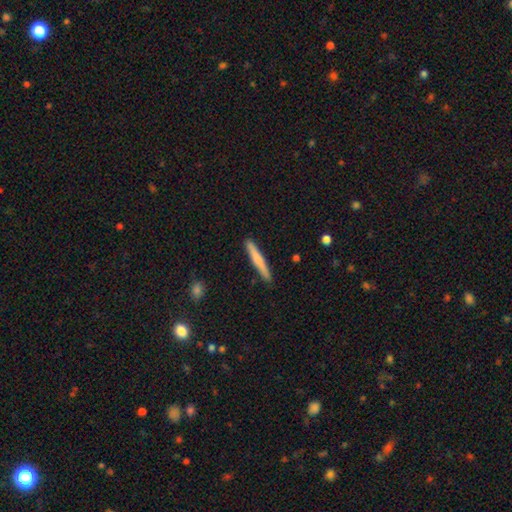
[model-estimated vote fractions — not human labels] smooth 61%, featured or disk 33%, star or artifact 6%. Down the decision tree: how rounded — cigar-shaped (96%); merging — none (91%).